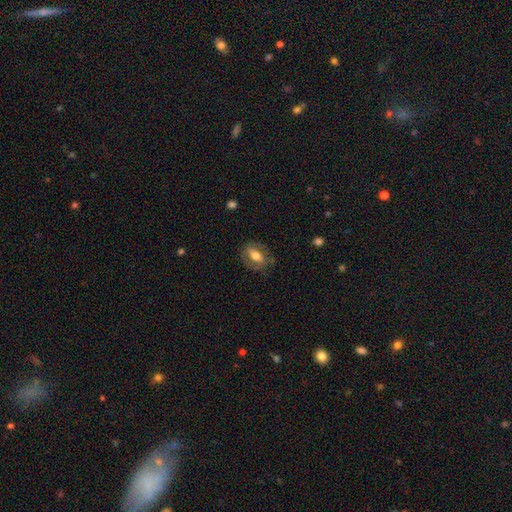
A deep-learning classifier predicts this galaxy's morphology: Smooth or featured? Predicted: smooth (p=0.51). How rounded? Predicted: in between (p=0.75). Merging? Predicted: none (p=0.74).